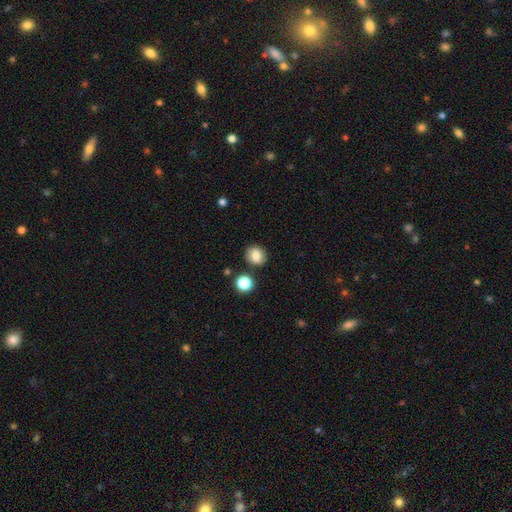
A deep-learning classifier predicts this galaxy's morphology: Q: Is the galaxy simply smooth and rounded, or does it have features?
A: smooth — 76%.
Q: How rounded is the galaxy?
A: round — 75%.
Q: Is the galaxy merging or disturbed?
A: none — 84%.